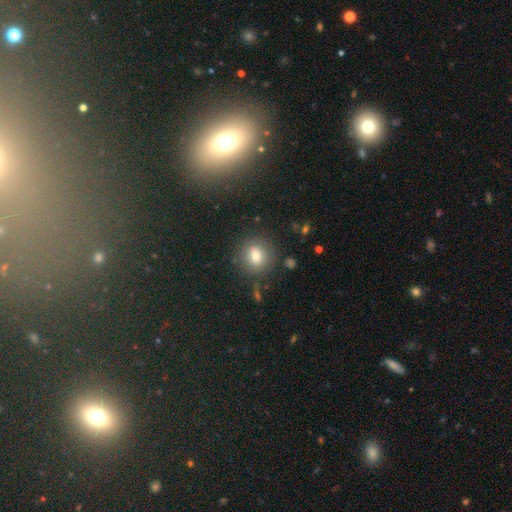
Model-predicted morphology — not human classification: Overall: smooth (78%). How rounded: round (73%). Merging: none (83%).